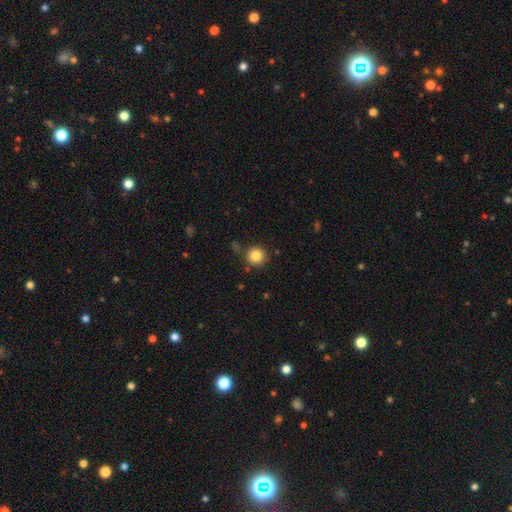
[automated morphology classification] This is clearly a smooth galaxy (84%). How rounded: clearly round (94%). Merging: clearly none (85%).